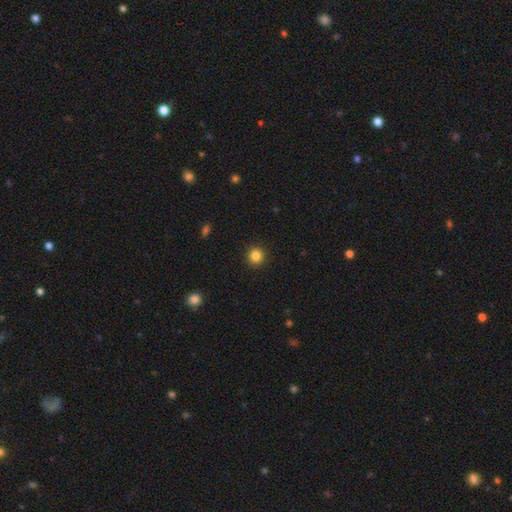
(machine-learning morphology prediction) smooth 84%, star or artifact 11%, featured or disk 4%. Down the decision tree: how rounded — round (94%); merging — none (93%).